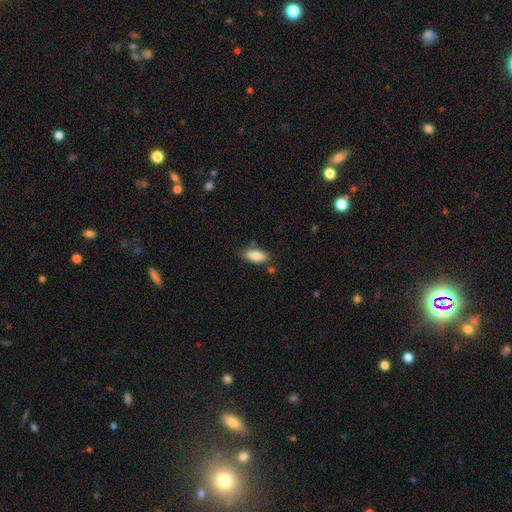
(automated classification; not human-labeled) The model was most divided on "merging": none: 76%, minor disturbance: 16%, merger: 5%, major disturbance: 3%. More confident: smooth or featured — smooth (87%); how rounded — in between (85%).